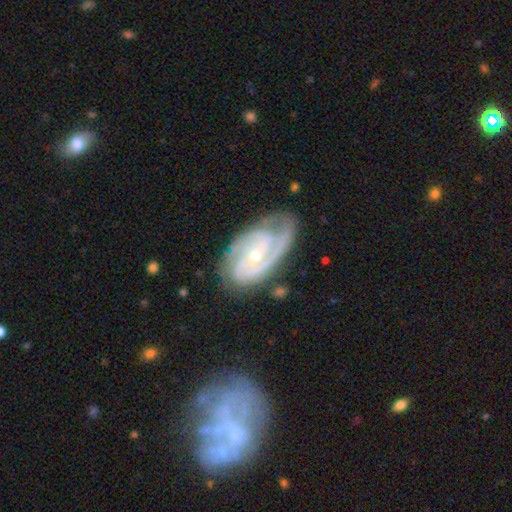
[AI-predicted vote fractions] This is clearly a featured or disk galaxy (89%). It is clearly not viewed edge-on (96%). Bar: possibly no (59%). Spiral arm pattern: clearly yes (97%). Spiral arm count: possibly 2 (49%). Spiral winding: likely tight (62%). Central bulge: possibly small (59%). Merging: likely none (68%).